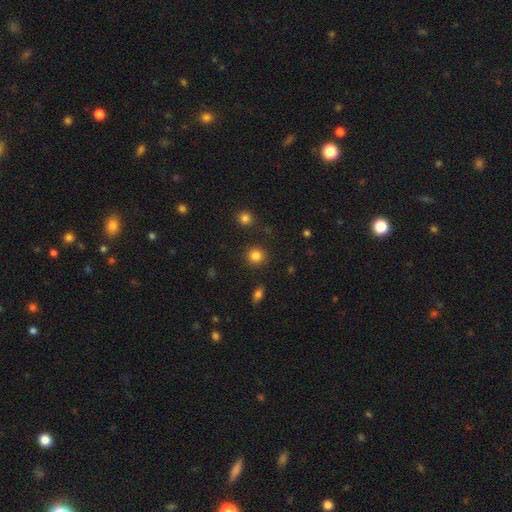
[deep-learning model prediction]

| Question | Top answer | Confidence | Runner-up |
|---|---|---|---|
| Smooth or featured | smooth | 84% | star or artifact (11%) |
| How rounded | round | 92% | in between (8%) |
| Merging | none | 89% | minor disturbance (6%) |